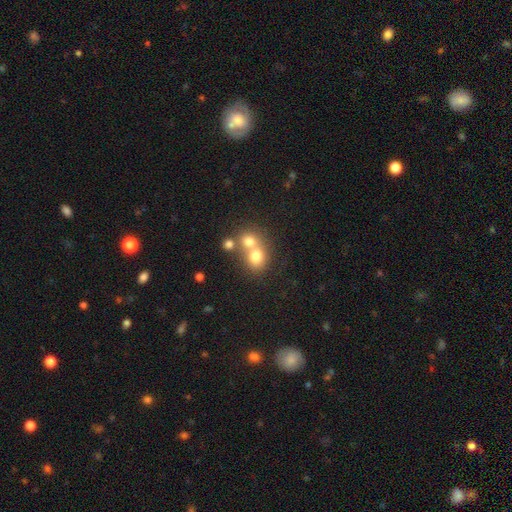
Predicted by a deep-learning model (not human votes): Overall: smooth (73%). How rounded: round (70%). Merging: merger (60%; none 31%).